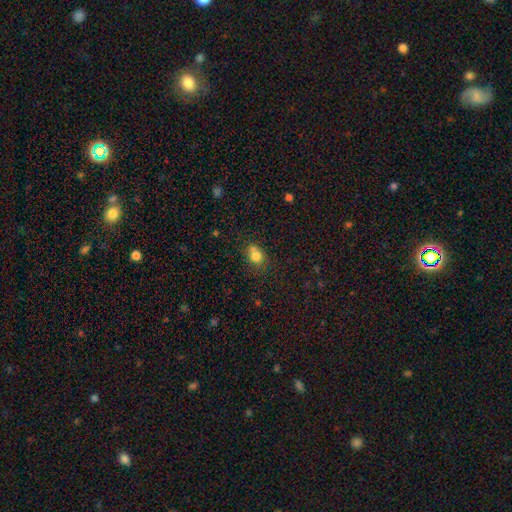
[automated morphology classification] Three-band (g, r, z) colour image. It shows a smooth galaxy with no disk features (79%) that is round (65%). Merging: none (52%).